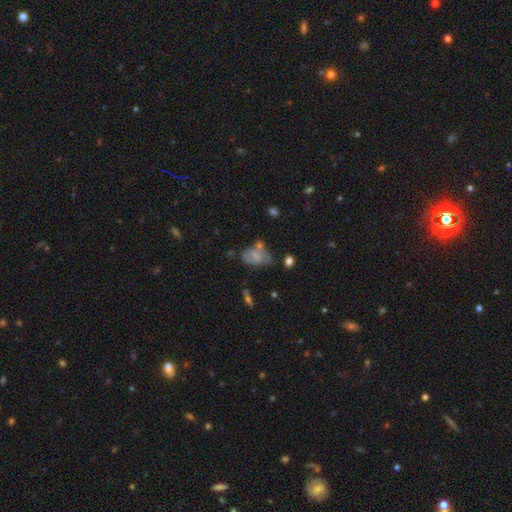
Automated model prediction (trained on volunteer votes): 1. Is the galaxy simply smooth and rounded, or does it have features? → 54% smooth, 37% featured or disk, 10% star or artifact.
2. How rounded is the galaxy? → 83% in between, 15% round, 2% cigar-shaped.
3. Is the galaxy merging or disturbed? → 34% none, 30% minor disturbance, 19% major disturbance, 17% merger.